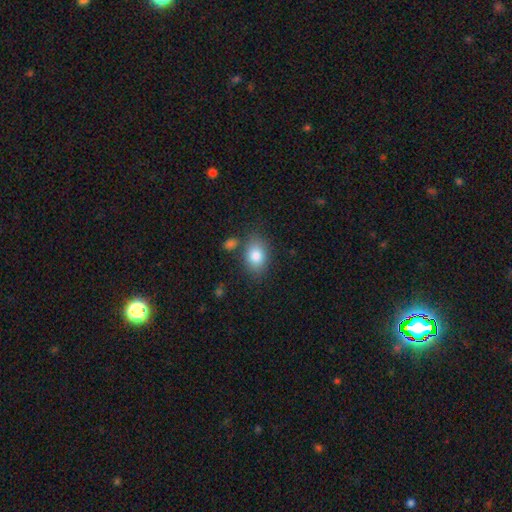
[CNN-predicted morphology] Smooth or featured? smooth (83%)
How rounded? in between (77%)
Merging? none (74%)